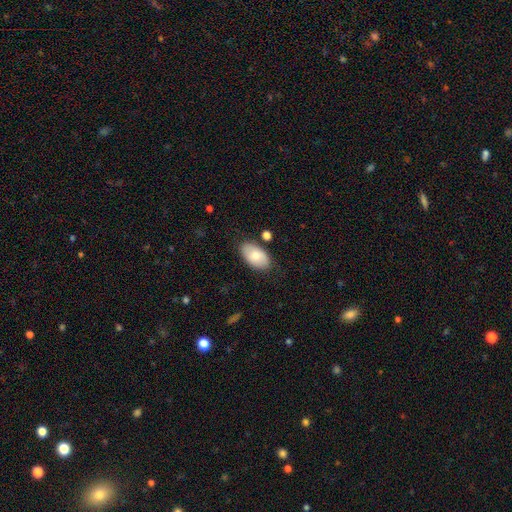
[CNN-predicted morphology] This appears to be a smooth galaxy with no disk features (72%) that is in between round and cigar-shaped (94%). Merging: none (79%).